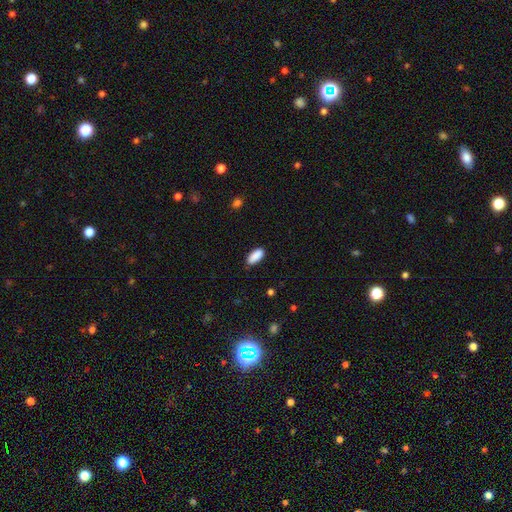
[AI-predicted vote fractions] smooth-or-featured: smooth: 90% | star or artifact: 7% | featured or disk: 4%
  how-rounded: in between: 87% | cigar-shaped: 11% | round: 2%
  merging: none: 80% | minor disturbance: 16% | major disturbance: 3% | merger: 1%